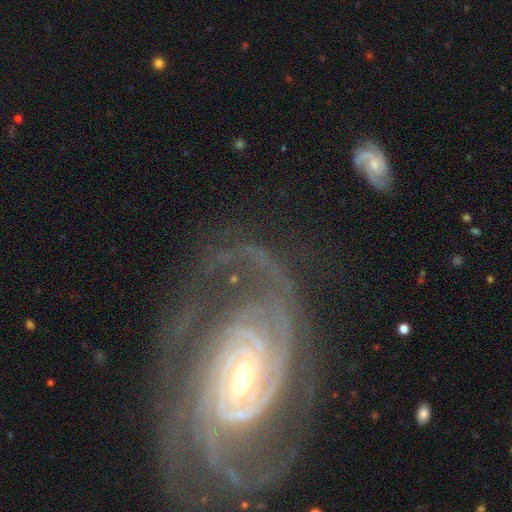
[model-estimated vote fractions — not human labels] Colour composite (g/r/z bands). It shows a featured or disk galaxy (89%) with a weak bar (40%), 2 (32%) tight (66%) spiral arms (97%) and a small central bulge (53%). Merging: none (58%).